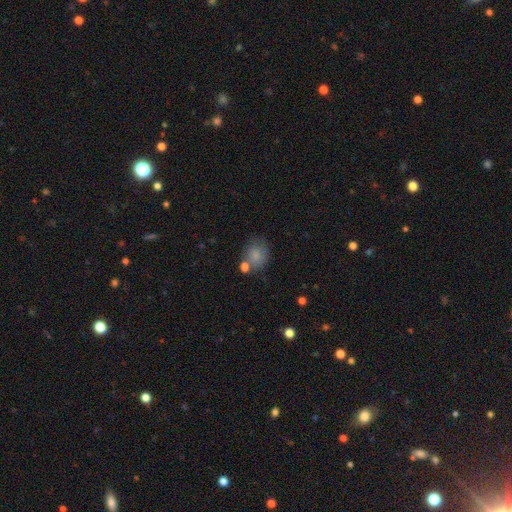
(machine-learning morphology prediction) A smooth galaxy with no disk features (81%) that is round (66%).

Vote fractions:
- Smooth or featured? smooth: 81% / featured or disk: 10% / star or artifact: 9%
- How rounded? round: 66% / in between: 33% / cigar-shaped: 1%
- Merging? none: 57% / merger: 19% / minor disturbance: 17% / major disturbance: 7%